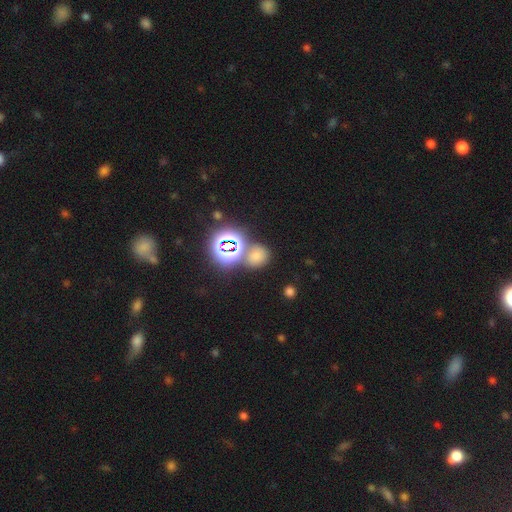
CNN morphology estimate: Smooth or featured?
  - smooth: 59% *
  - star or artifact: 34%
  - featured or disk: 7%
How rounded?
  - round: 73% *
  - in between: 25%
  - cigar-shaped: 1%
Merging?
  - none: 66% *
  - merger: 18%
  - minor disturbance: 11%
  - major disturbance: 5%